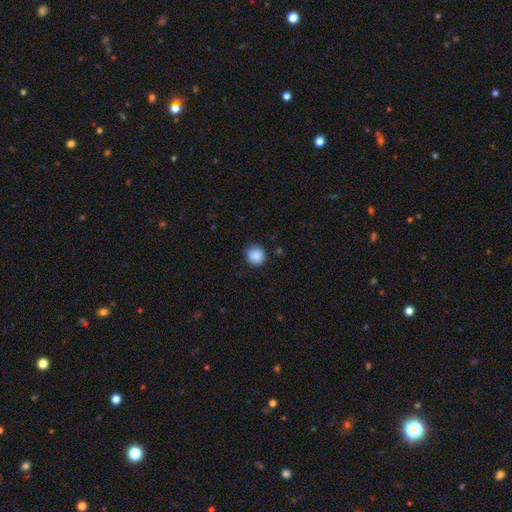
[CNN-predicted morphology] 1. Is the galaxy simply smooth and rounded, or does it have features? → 88% smooth, 9% star or artifact, 3% featured or disk.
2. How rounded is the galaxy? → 90% round, 9% in between, 1% cigar-shaped.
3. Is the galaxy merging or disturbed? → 85% none, 11% minor disturbance, 2% major disturbance, 1% merger.